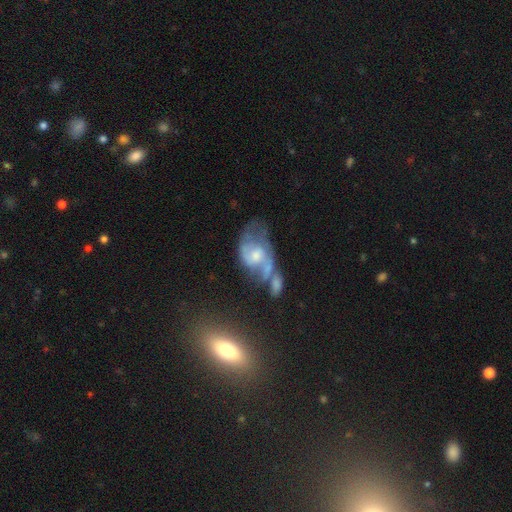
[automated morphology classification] A featured or disk galaxy (66%) with no bar (63%), spiral arms (71%) and a moderate central bulge (46%).

Vote fractions:
- Smooth or featured? featured or disk: 66% / smooth: 24% / star or artifact: 11%
- Edge-on disk? no: 95% / yes: 5%
- Bar? no: 63% / weak: 30% / strong: 6%
- Spiral arms? yes: 71% / no: 29%
- Bulge size? moderate: 46% / small: 38% / none: 7% / large: 7% / dominant: 2%
- Merging? merger: 38% / major disturbance: 23% / none: 22% / minor disturbance: 16%